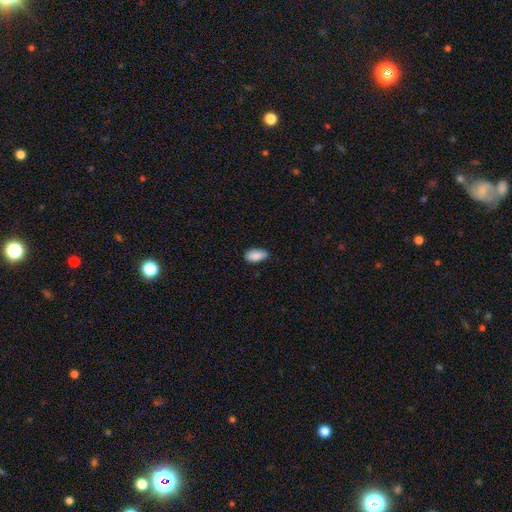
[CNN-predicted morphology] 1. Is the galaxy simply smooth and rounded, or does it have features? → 89% smooth, 7% star or artifact, 5% featured or disk.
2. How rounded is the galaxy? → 92% in between, 5% cigar-shaped, 3% round.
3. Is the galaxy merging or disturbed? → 76% none, 20% minor disturbance, 3% major disturbance, 1% merger.